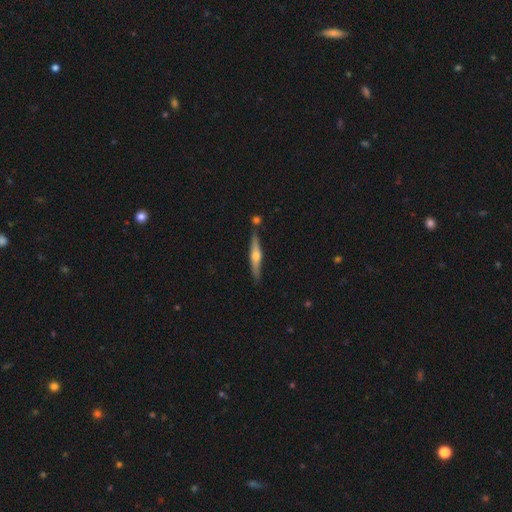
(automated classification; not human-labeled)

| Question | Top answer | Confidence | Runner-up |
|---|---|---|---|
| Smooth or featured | featured or disk | 63% | smooth (31%) |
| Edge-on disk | yes | 96% | no (4%) |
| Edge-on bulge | rounded | 88% | none (6%) |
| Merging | none | 83% | minor disturbance (10%) |